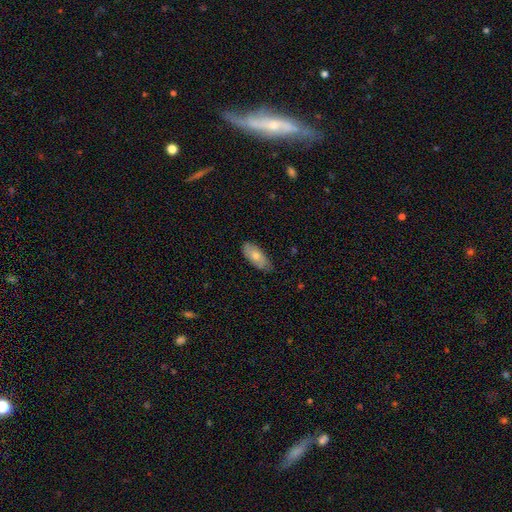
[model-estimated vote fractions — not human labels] Morphology: type=smooth (73%); roundness=in between (87%); merging=none (76%).